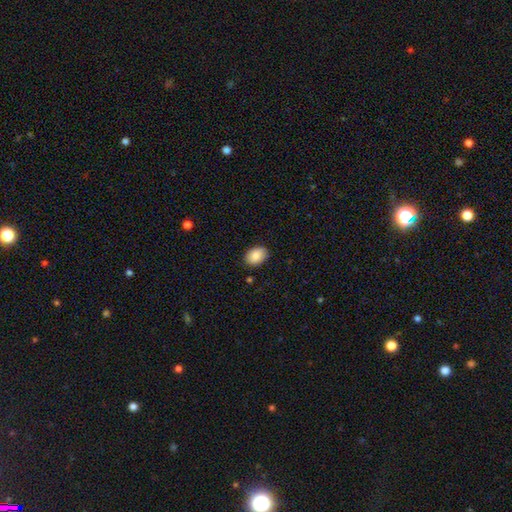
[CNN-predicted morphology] smooth-or-featured: smooth: 88% | star or artifact: 7% | featured or disk: 5%
  how-rounded: in between: 79% | round: 20% | cigar-shaped: 1%
  merging: none: 87% | minor disturbance: 10% | major disturbance: 2% | merger: 1%